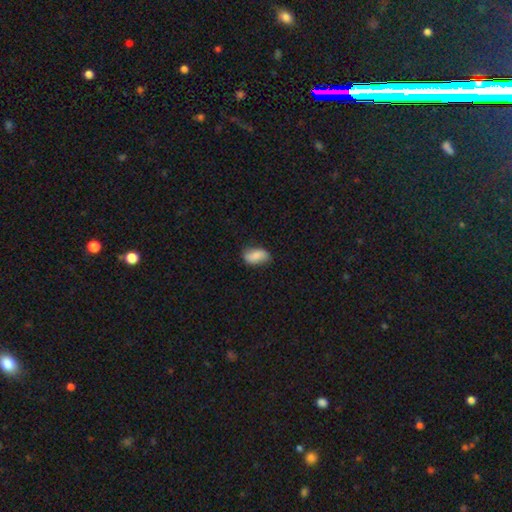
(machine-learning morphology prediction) Q: Smooth or featured?
A: smooth (81%); runner-up: featured or disk (12%)
Q: How rounded?
A: in between (92%); runner-up: round (5%)
Q: Merging?
A: none (76%); runner-up: minor disturbance (19%)